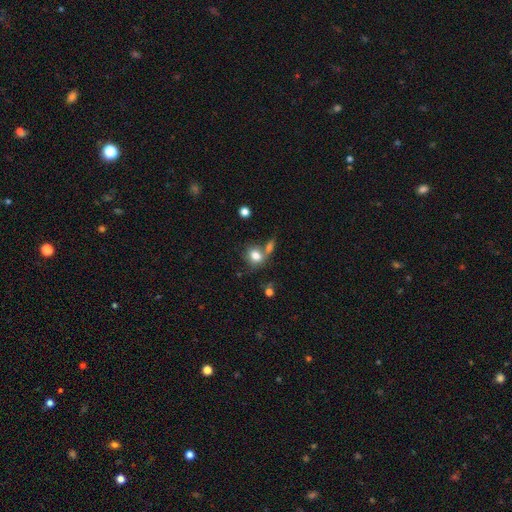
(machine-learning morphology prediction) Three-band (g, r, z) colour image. It shows a smooth galaxy with no disk features (79%) that is round (51%). Merging: none (49%).